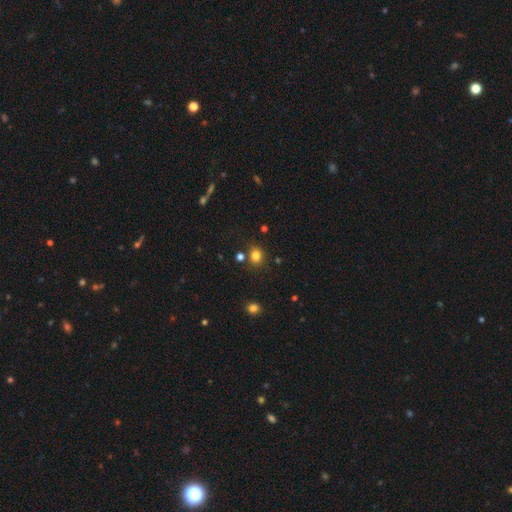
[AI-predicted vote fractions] This appears to be a smooth galaxy with no disk features (80%) that is round (76%). Merging: none (79%).